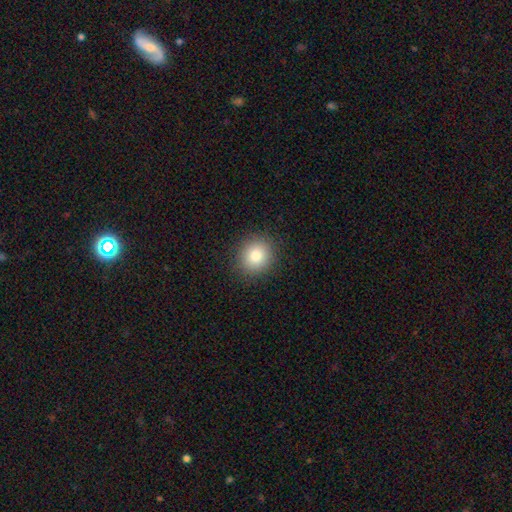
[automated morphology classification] Smooth or featured: smooth — 82% (star or artifact — 10%)
How rounded: round — 82% (in between — 17%)
Merging: none — 90% (minor disturbance — 7%)